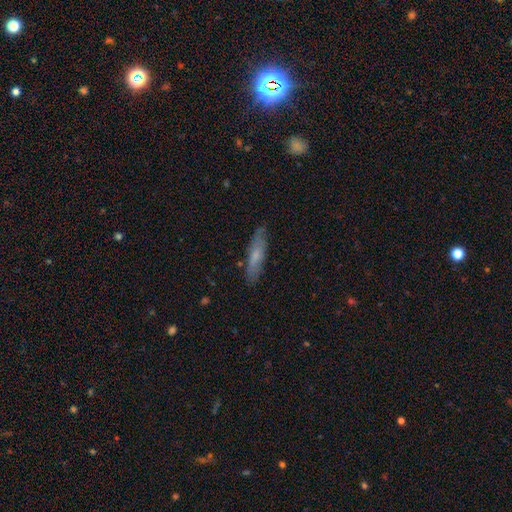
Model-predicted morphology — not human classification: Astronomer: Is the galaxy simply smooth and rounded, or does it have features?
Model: smooth — 61%.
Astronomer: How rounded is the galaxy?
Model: cigar-shaped — 76%.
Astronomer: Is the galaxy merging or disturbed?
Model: none — 82%.